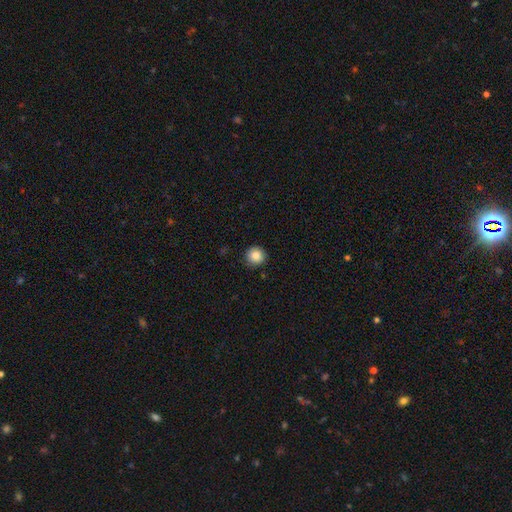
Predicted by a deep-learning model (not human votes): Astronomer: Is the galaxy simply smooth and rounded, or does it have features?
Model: smooth — 86%.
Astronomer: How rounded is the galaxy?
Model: round — 93%.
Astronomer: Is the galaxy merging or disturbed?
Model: none — 88%.